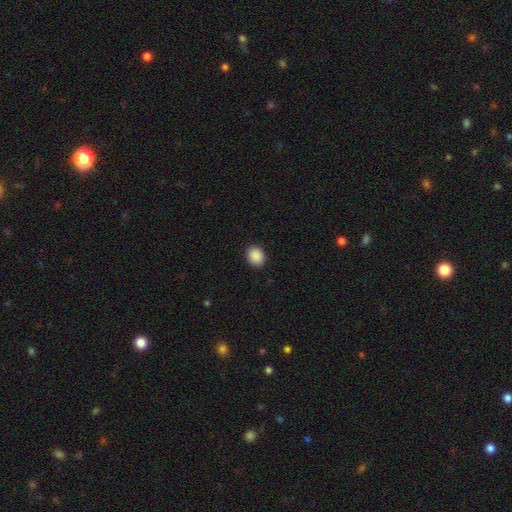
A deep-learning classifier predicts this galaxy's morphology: A smooth galaxy with no disk features (89%) that is round (59%).

Vote fractions:
- Smooth or featured? smooth: 89% / star or artifact: 8% / featured or disk: 3%
- How rounded? round: 59% / in between: 40% / cigar-shaped: 1%
- Merging? none: 90% / minor disturbance: 7% / major disturbance: 2% / merger: 1%